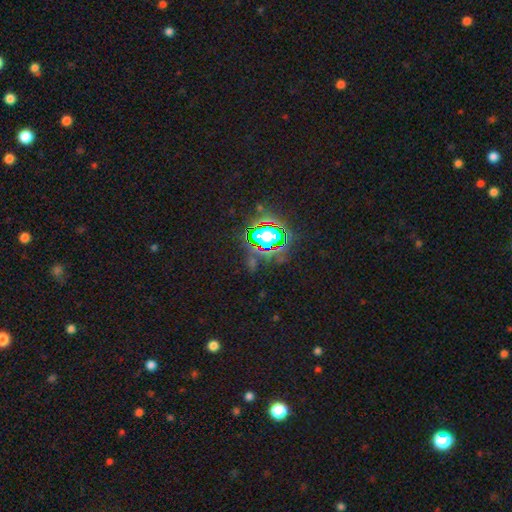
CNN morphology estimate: A star or artifact, not a galaxy (79%).

Vote fractions:
- Smooth or featured? star or artifact: 79% / smooth: 13% / featured or disk: 8%